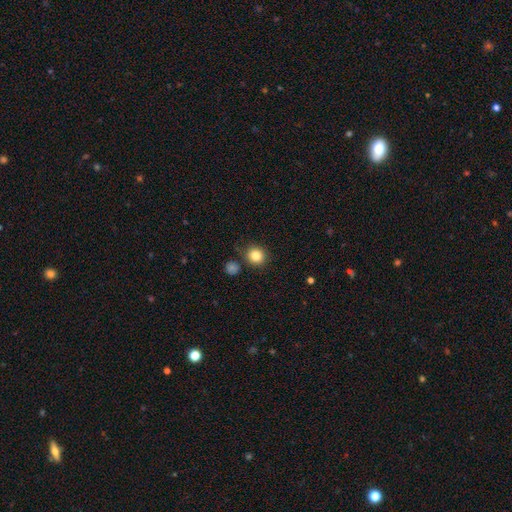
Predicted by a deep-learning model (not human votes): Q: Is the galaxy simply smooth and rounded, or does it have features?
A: smooth — 84%.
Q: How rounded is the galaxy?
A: round — 89%.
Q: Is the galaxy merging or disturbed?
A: none — 84%.